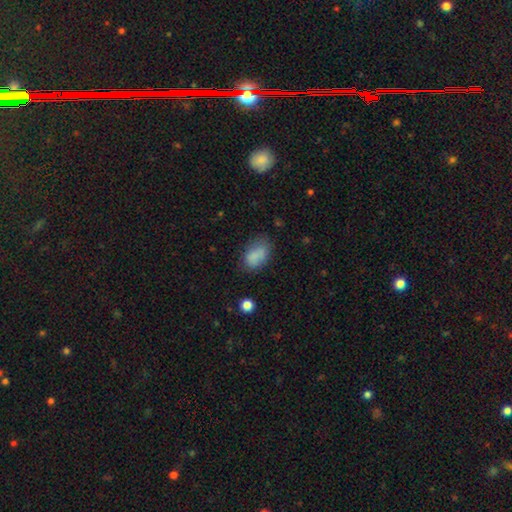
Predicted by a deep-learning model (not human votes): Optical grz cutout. It shows a smooth galaxy with no disk features (79%) that is in between round and cigar-shaped (89%). Merging: none (59%).